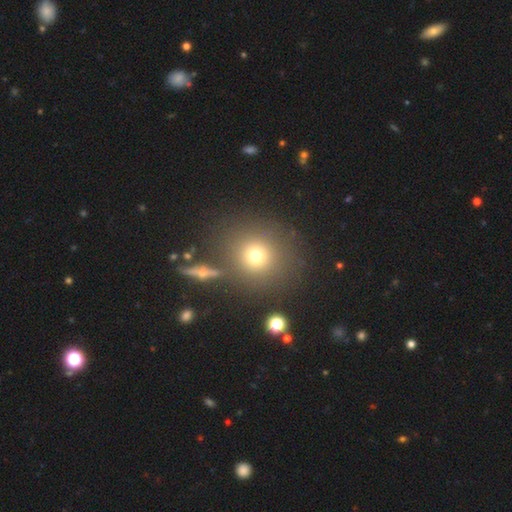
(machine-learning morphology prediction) smooth 71%, star or artifact 17%, featured or disk 12%. Down the decision tree: how rounded — round (89%); merging — none (79%).